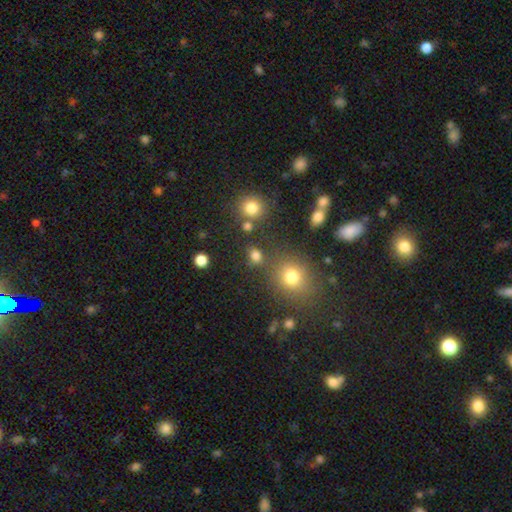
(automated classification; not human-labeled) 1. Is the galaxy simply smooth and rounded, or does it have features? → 76% smooth, 18% star or artifact, 6% featured or disk.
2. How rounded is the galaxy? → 62% round, 36% in between, 2% cigar-shaped.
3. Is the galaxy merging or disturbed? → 74% none, 11% merger, 10% minor disturbance, 5% major disturbance.